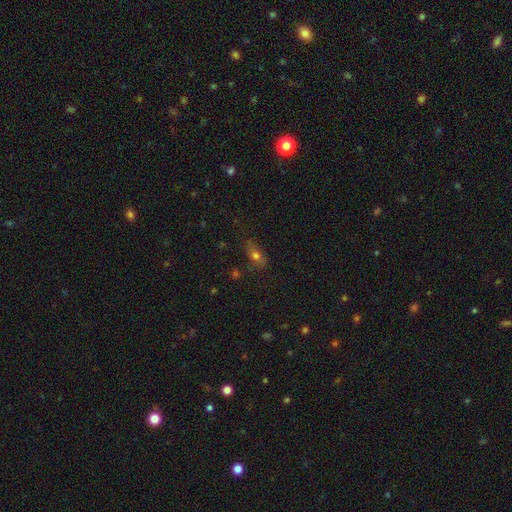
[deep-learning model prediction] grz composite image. It shows a smooth galaxy with no disk features (70%) that is in between round and cigar-shaped (74%). Merging: none (66%).